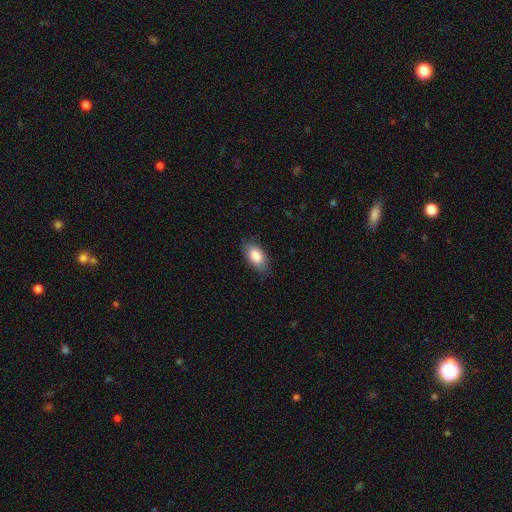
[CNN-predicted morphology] Overall: smooth (85%). How rounded: in between (93%). Merging: none (81%).